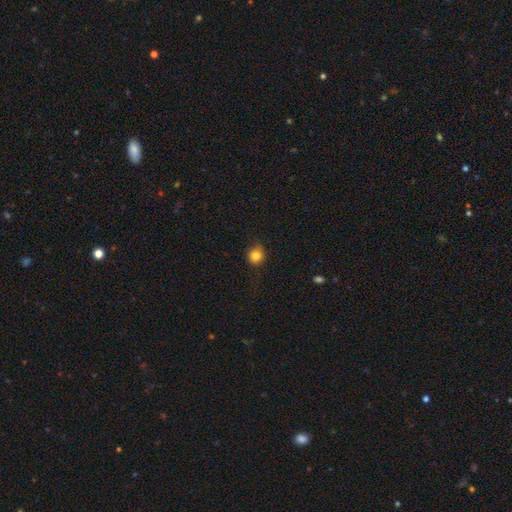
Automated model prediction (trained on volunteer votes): Overall: smooth (84%). How rounded: round (86%). Merging: none (80%).